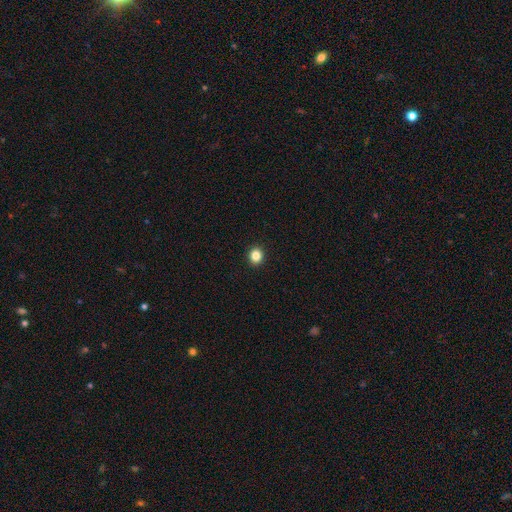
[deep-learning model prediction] Smooth or featured: smooth — 84% (star or artifact — 11%)
How rounded: round — 80% (in between — 19%)
Merging: none — 93% (minor disturbance — 5%)